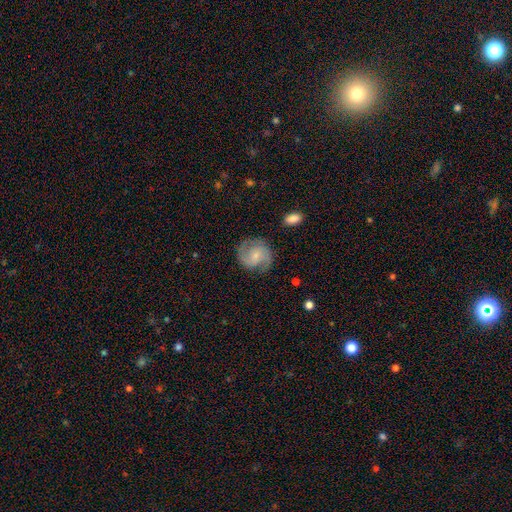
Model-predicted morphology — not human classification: This appears to be a featured or disk galaxy (75%) with no bar (50%), 2 (85%) medium (52%) spiral arms (95%) and a small central bulge (64%). Merging: none (78%).